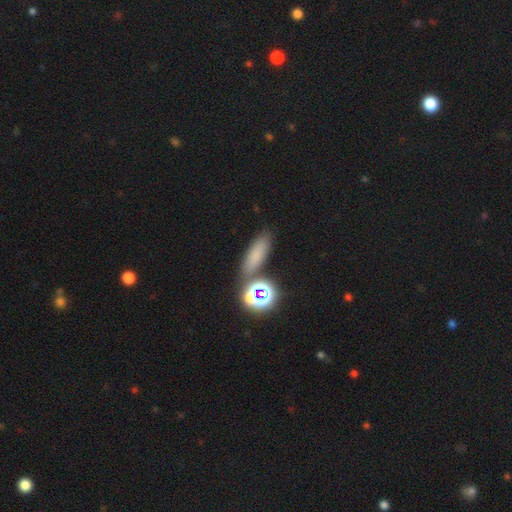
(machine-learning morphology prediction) This appears to be a smooth galaxy with no disk features (66%) that is in between round and cigar-shaped (49%). Merging: none (76%).